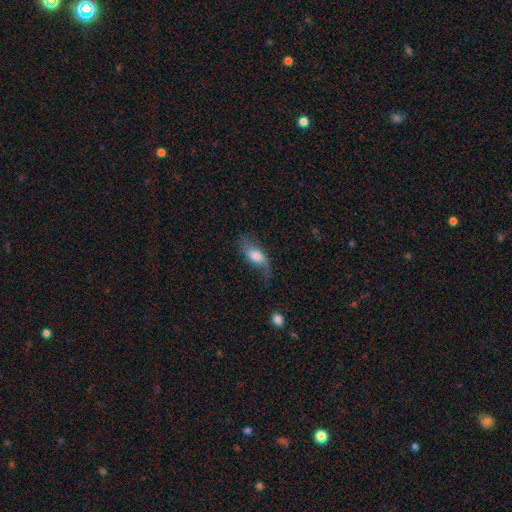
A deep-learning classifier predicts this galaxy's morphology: smooth 47%, featured or disk 45%, star or artifact 8%. Down the decision tree: merging — none (45%).